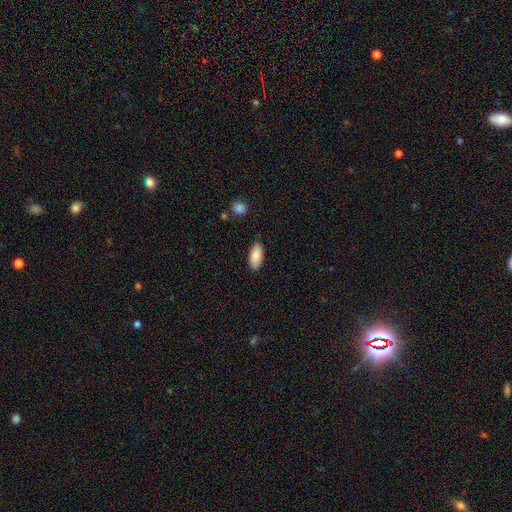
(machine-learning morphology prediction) Smooth or featured? smooth (85%)
How rounded? in between (87%)
Merging? none (84%)